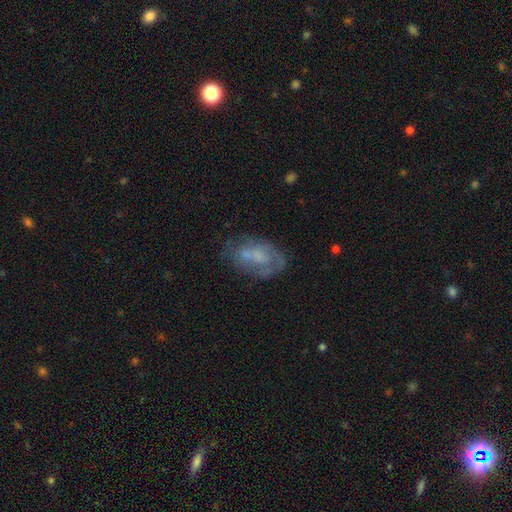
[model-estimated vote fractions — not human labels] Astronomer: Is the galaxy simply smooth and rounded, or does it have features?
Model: featured or disk — 50% (runner-up: smooth, 40%).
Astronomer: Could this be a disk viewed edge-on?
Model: no — 96%.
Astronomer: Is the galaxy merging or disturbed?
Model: none — 51%.